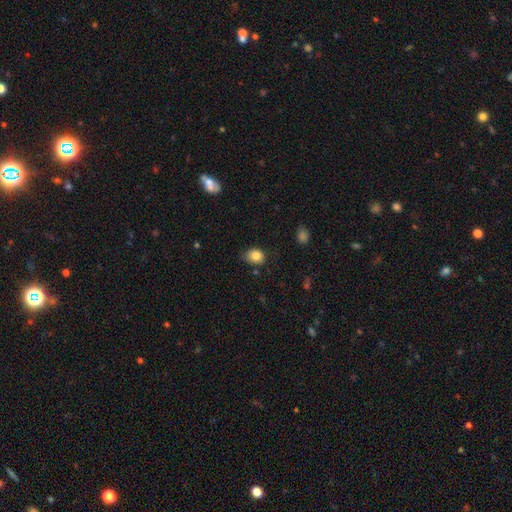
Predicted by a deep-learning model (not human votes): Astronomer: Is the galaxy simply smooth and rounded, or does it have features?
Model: smooth — 84%.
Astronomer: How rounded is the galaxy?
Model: in between — 51% (runner-up: round, 48%).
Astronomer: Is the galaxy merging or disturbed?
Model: none — 64%.